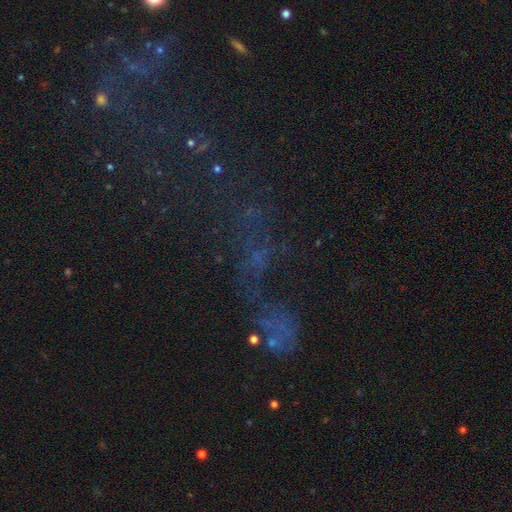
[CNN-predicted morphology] Q: Smooth or featured?
A: star or artifact (50%); runner-up: smooth (25%)